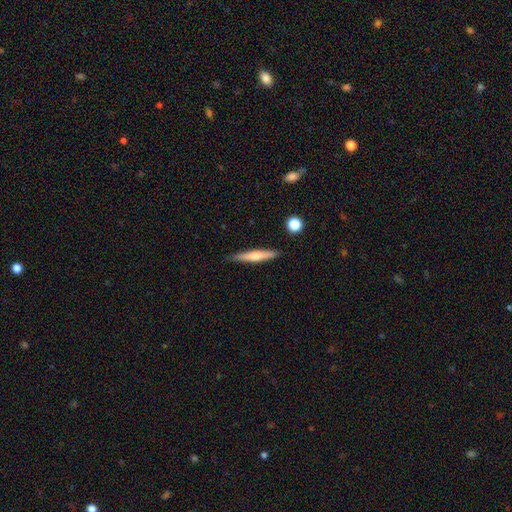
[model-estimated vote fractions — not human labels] A smooth galaxy with no disk features (51%) that is cigar-shaped (92%). Merging: none (86%).